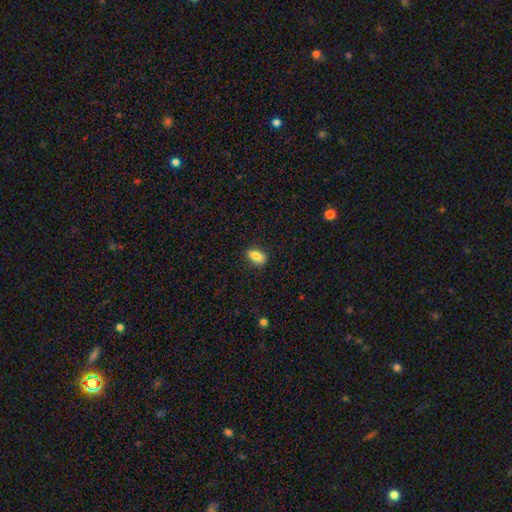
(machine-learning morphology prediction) A smooth galaxy with no disk features (80%) that is in between round and cigar-shaped (81%).

Vote fractions:
- Smooth or featured? smooth: 80% / featured or disk: 12% / star or artifact: 8%
- How rounded? in between: 81% / cigar-shaped: 11% / round: 7%
- Merging? none: 86% / minor disturbance: 11% / major disturbance: 2% / merger: 1%